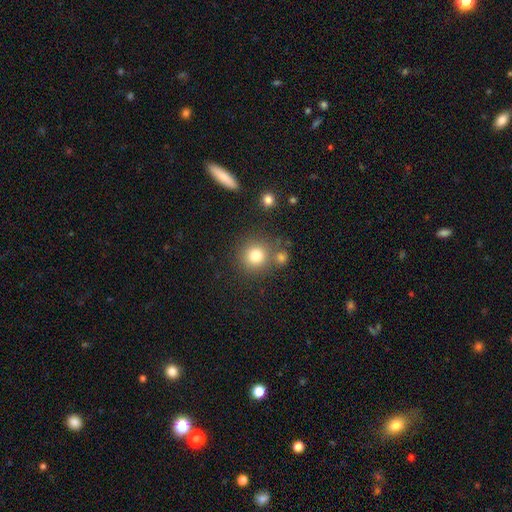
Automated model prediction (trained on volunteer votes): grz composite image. It shows a smooth galaxy with no disk features (79%) that is round (91%). Merging: none (72%).